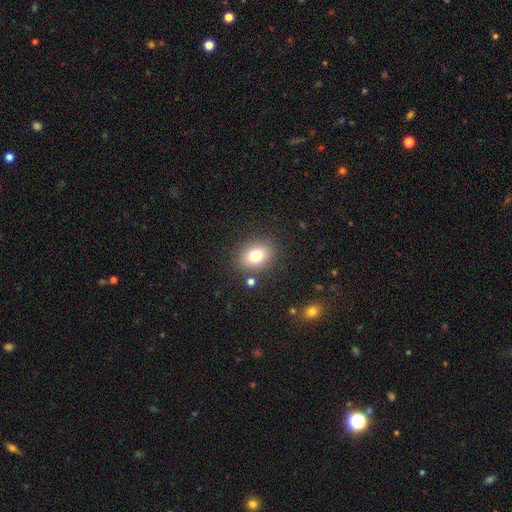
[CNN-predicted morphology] The model was most divided on "how rounded": in between: 51%, round: 48%, cigar-shaped: 1%. More confident: merging — none (84%); smooth or featured — smooth (77%).